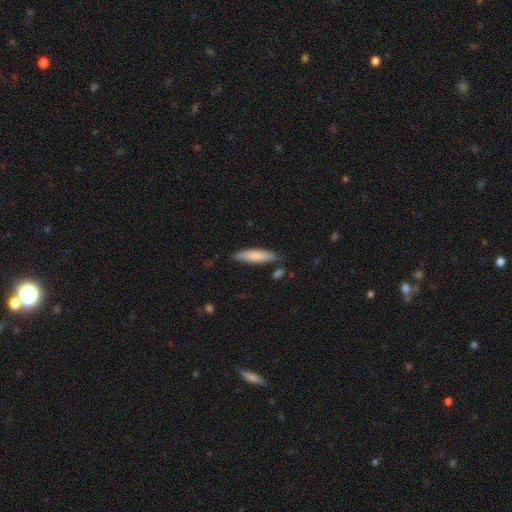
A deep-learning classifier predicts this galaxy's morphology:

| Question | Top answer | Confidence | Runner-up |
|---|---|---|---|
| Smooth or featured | smooth | 80% | featured or disk (14%) |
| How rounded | cigar-shaped | 79% | in between (20%) |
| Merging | none | 81% | minor disturbance (13%) |